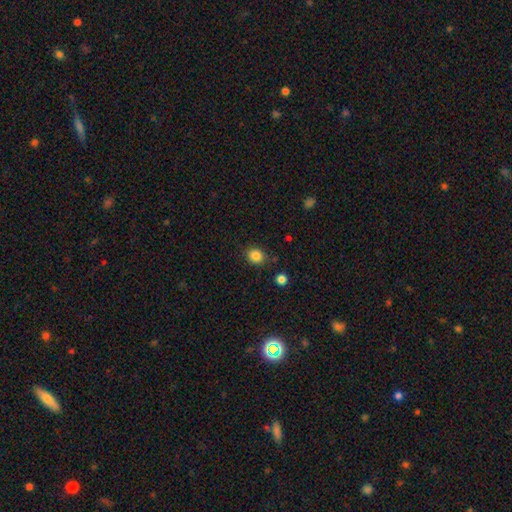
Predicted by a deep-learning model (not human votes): This is clearly a smooth galaxy (85%). How rounded: likely round (69%). Merging: clearly none (83%).